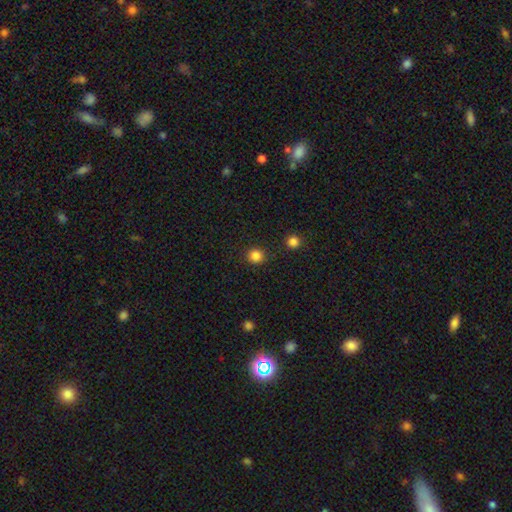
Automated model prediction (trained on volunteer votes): smooth_or_featured: smooth (p=0.84) [alt: star or artifact p=0.13]
how_rounded: round (p=0.93) [alt: in between p=0.07]
merging: none (p=0.90) [alt: minor disturbance p=0.05]